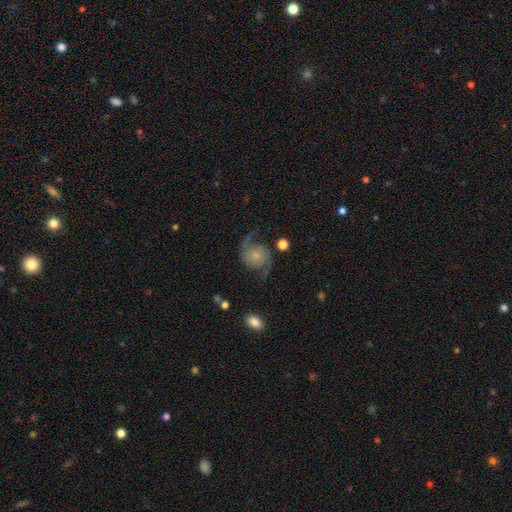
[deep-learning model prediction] Overall: featured or disk (86%). Edge-on disk: no (98%). Bar: no (73%). Spiral arms: yes (98%). Spiral arm count: 2 (94%). Spiral winding: loose (47%; medium 43%). Bulge size: small (48%; moderate 24%). Merging: none (75%).